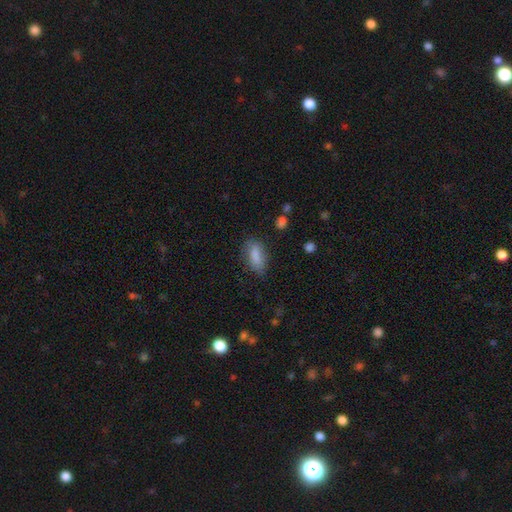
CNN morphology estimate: Overall: smooth (84%). How rounded: in between (80%). Merging: none (71%).